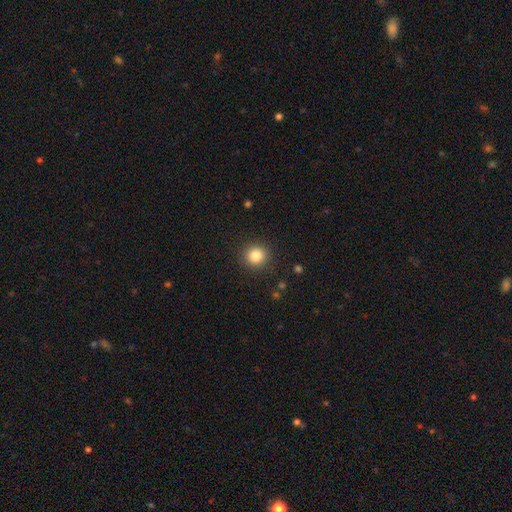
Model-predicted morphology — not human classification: Overall: smooth (84%). How rounded: round (92%). Merging: none (91%).